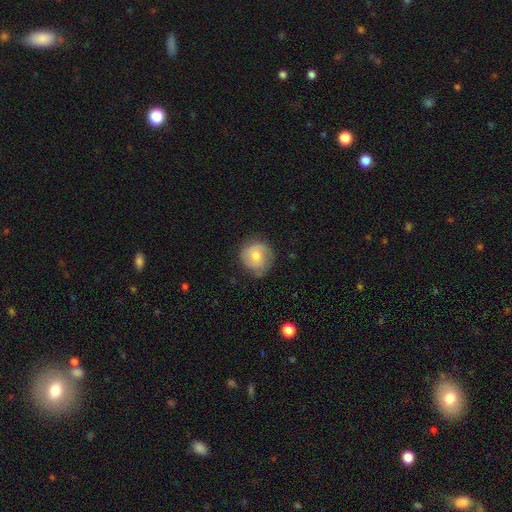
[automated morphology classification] This appears to be a smooth galaxy with no disk features (52%) that is round (88%). Merging: none (68%).